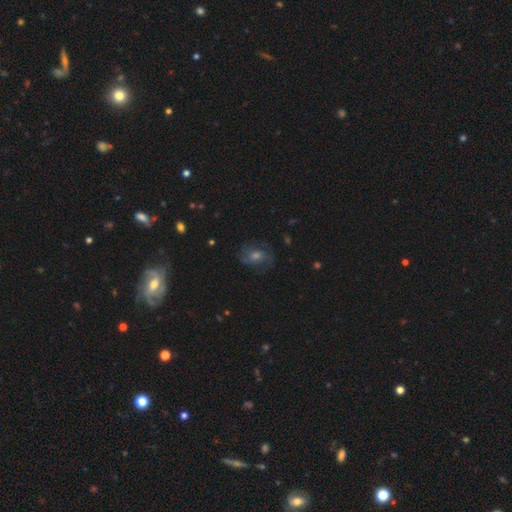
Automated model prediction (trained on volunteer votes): Smooth or featured? Predicted: featured or disk (p=0.56). Edge-on disk? Predicted: no (p=0.95). Bar? Predicted: no (p=0.58). Spiral arms? Predicted: yes (p=0.85). Bulge size? Predicted: moderate (p=0.57). Merging? Predicted: none (p=0.71).